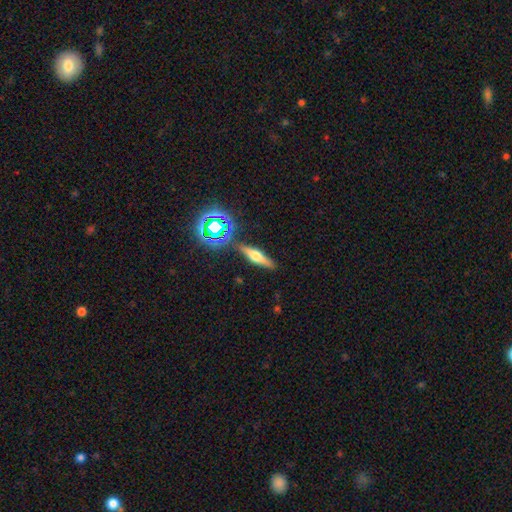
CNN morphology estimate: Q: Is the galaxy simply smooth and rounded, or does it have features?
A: featured or disk — 50%.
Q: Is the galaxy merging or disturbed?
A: none — 85%.